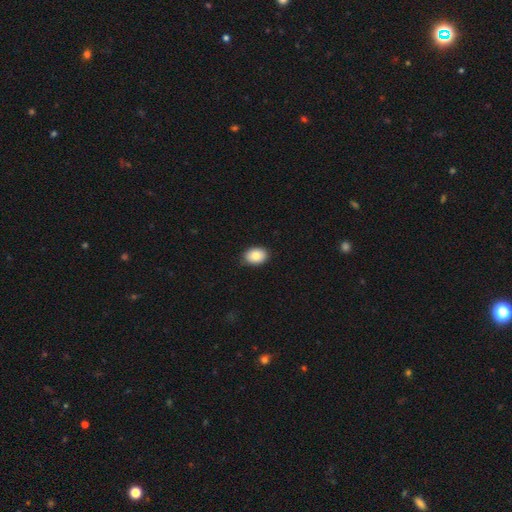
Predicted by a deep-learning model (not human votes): The model was most divided on "how rounded": in between: 74%, round: 25%, cigar-shaped: 1%. More confident: merging — none (87%); smooth or featured — smooth (83%).